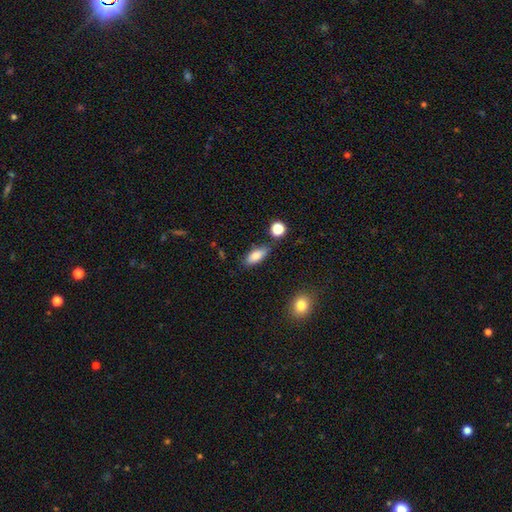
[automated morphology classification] Overall: smooth (78%). How rounded: in between (78%). Merging: none (74%).